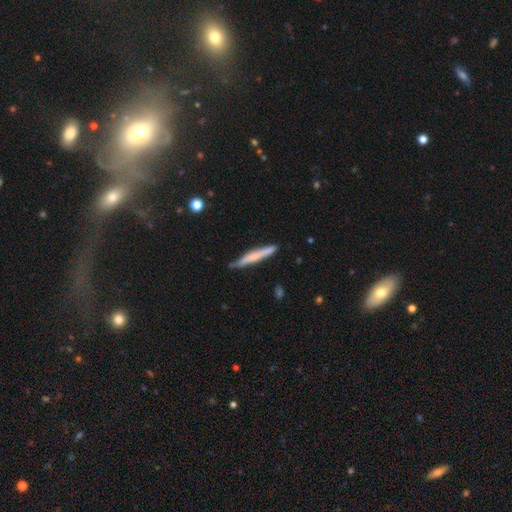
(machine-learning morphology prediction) This appears to be a smooth galaxy with no disk features (57%) that is cigar-shaped (96%). Merging: none (82%).